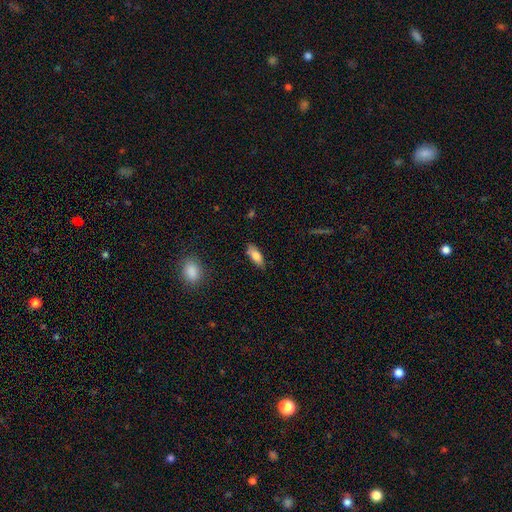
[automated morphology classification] Smooth or featured? smooth (81%)
How rounded? in between (77%)
Merging? none (80%)